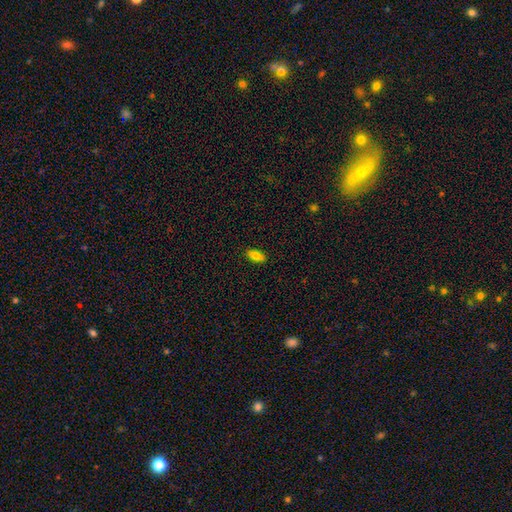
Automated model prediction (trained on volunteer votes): Smooth or featured? smooth (81%)
How rounded? in between (83%)
Merging? none (89%)